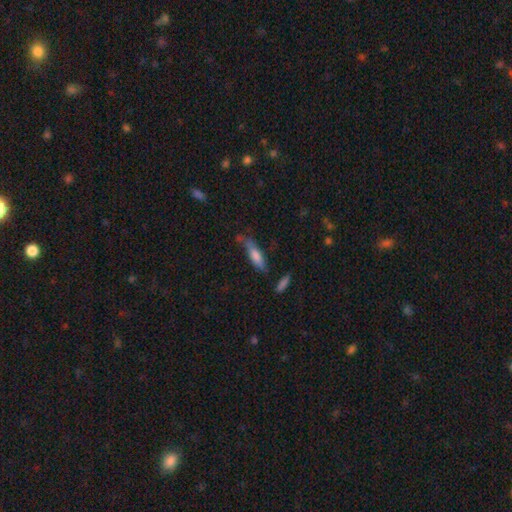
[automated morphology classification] smooth_or_featured: smooth (p=0.68) [alt: featured or disk p=0.25]
how_rounded: cigar-shaped (p=0.62) [alt: in between p=0.36]
merging: none (p=0.51) [alt: minor disturbance p=0.30]